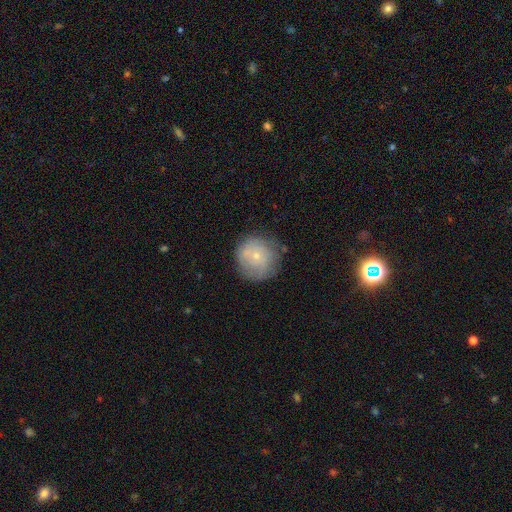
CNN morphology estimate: The model was most divided on "smooth or featured": smooth: 61%, featured or disk: 31%, star or artifact: 8%. More confident: how rounded — round (93%); merging — none (73%).